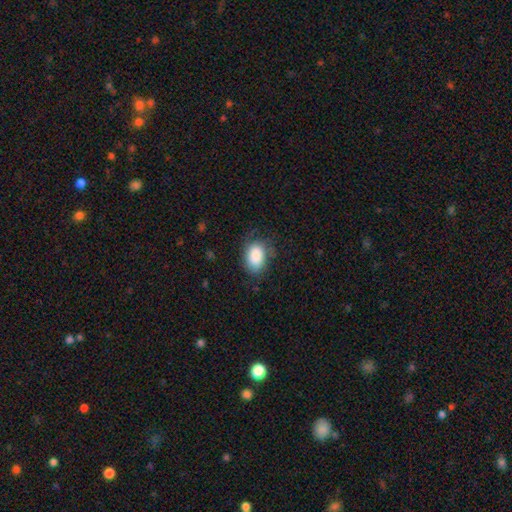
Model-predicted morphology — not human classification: A smooth galaxy with no disk features (85%) that is in between round and cigar-shaped (85%). Merging: none (64%).